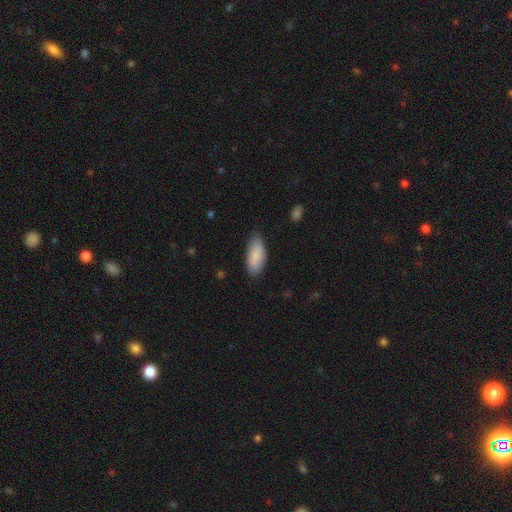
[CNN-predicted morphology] Smooth or featured?
  - smooth: 87% *
  - featured or disk: 7%
  - star or artifact: 6%
How rounded?
  - in between: 89% *
  - cigar-shaped: 9%
  - round: 2%
Merging?
  - none: 77% *
  - minor disturbance: 19%
  - major disturbance: 3%
  - merger: 1%